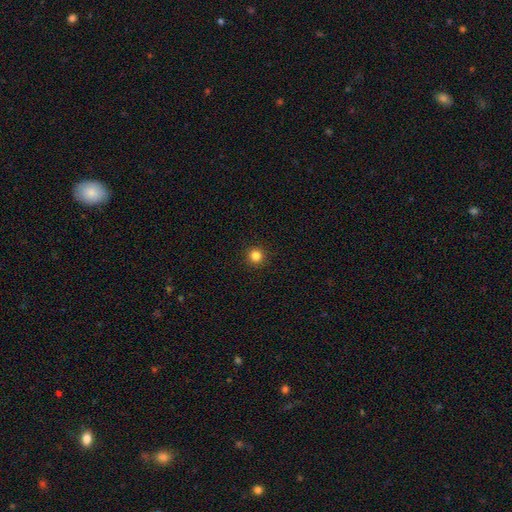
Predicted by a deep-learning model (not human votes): This is clearly a smooth galaxy (83%). How rounded: clearly round (95%). Merging: clearly none (93%).